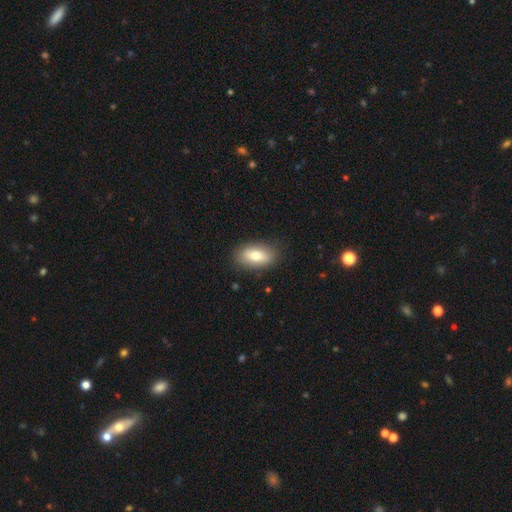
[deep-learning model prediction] Q: Smooth or featured?
A: smooth (74%); runner-up: featured or disk (19%)
Q: How rounded?
A: in between (89%); runner-up: round (6%)
Q: Merging?
A: none (85%); runner-up: minor disturbance (11%)